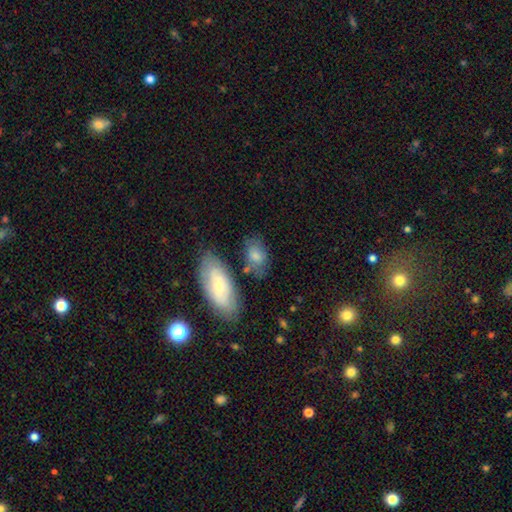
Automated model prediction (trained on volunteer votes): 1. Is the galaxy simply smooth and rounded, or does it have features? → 74% smooth, 19% featured or disk, 8% star or artifact.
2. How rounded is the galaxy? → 85% in between, 12% round, 3% cigar-shaped.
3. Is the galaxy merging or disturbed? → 58% none, 20% minor disturbance, 14% merger, 8% major disturbance.